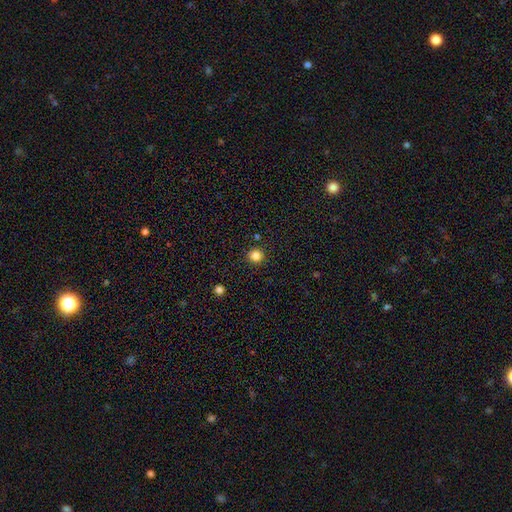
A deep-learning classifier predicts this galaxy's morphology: Overall: smooth (83%). How rounded: round (94%). Merging: none (91%).